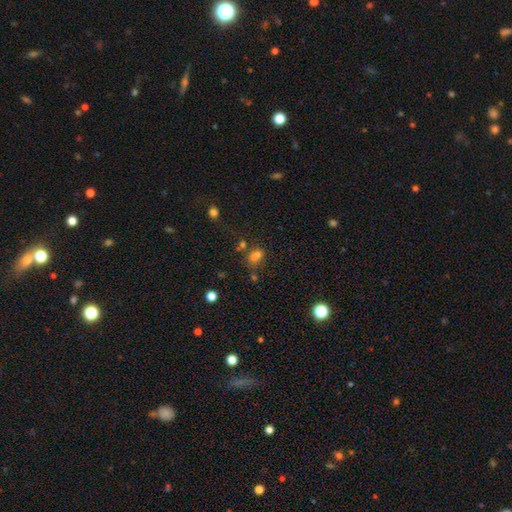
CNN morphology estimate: Q: Smooth or featured?
A: smooth (62%); runner-up: star or artifact (27%)
Q: How rounded?
A: in between (64%); runner-up: round (32%)
Q: Merging?
A: none (49%); runner-up: merger (27%)